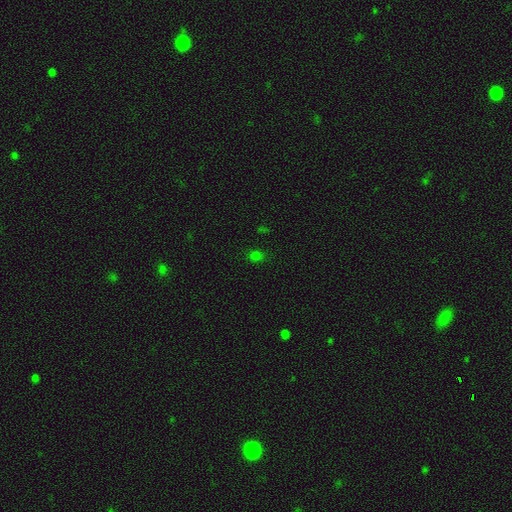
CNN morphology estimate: Smooth or featured?
  - smooth: 69% *
  - star or artifact: 27%
  - featured or disk: 4%
How rounded?
  - round: 72% *
  - in between: 27%
  - cigar-shaped: 1%
Merging?
  - none: 86% *
  - minor disturbance: 9%
  - major disturbance: 3%
  - merger: 2%